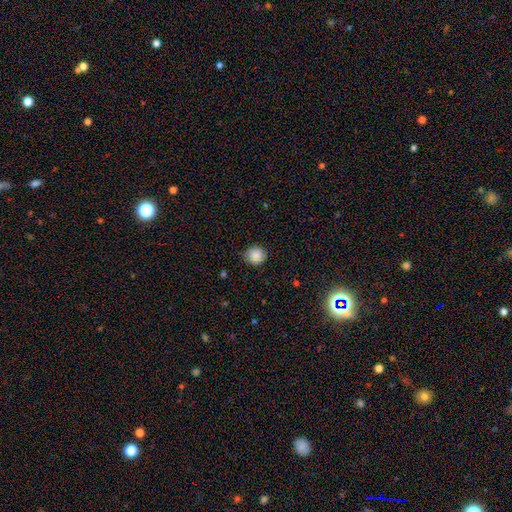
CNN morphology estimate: Q: Smooth or featured?
A: smooth (86%); runner-up: star or artifact (9%)
Q: How rounded?
A: round (87%); runner-up: in between (12%)
Q: Merging?
A: none (83%); runner-up: minor disturbance (13%)